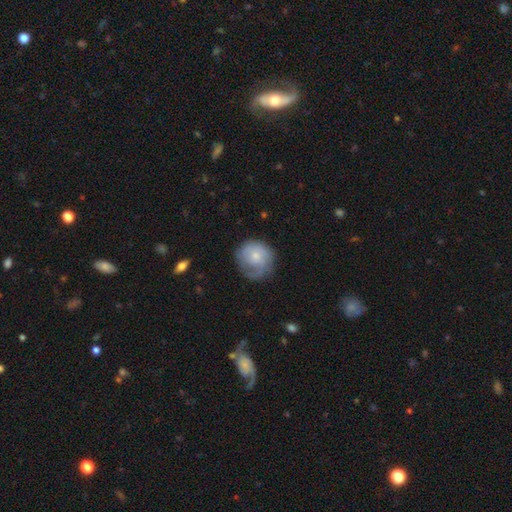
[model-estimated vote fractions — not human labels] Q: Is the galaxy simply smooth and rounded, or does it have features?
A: smooth — 51%.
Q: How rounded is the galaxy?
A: round — 84%.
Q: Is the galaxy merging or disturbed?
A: none — 58%.